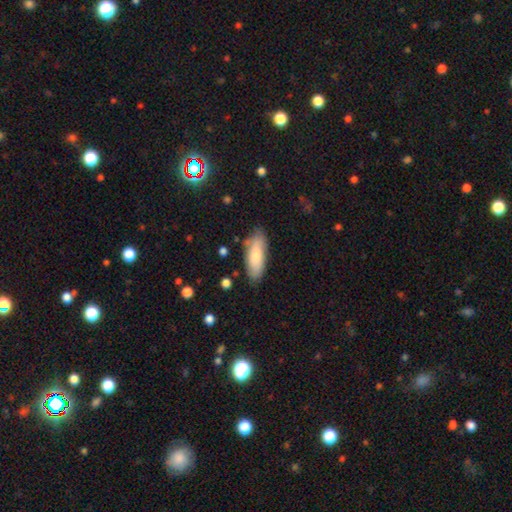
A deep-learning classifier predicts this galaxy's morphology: A smooth galaxy with no disk features (76%) that is in between round and cigar-shaped (71%). Merging: none (76%).